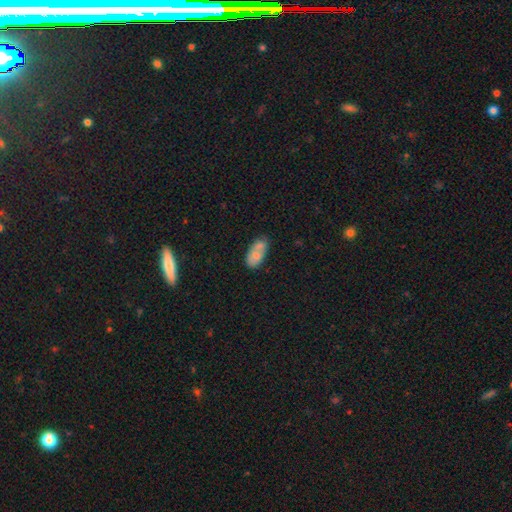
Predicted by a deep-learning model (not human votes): A smooth galaxy with no disk features (66%) that is in between round and cigar-shaped (90%). Merging: merger (38%).